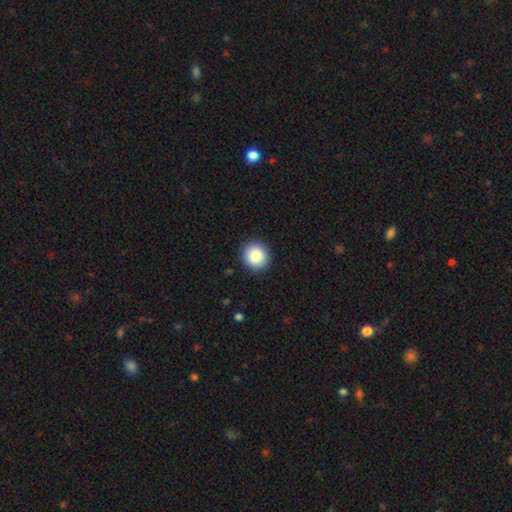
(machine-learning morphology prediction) Smooth or featured: smooth — 86% (star or artifact — 8%)
How rounded: round — 90% (in between — 9%)
Merging: none — 92% (minor disturbance — 6%)